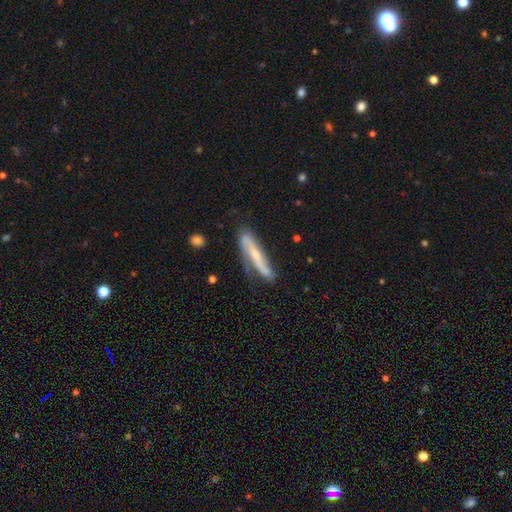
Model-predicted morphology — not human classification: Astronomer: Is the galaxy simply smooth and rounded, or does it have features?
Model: featured or disk — 68%.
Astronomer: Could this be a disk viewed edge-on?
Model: no — 50%, tied with yes at 50%.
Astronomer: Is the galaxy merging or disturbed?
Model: none — 64%.